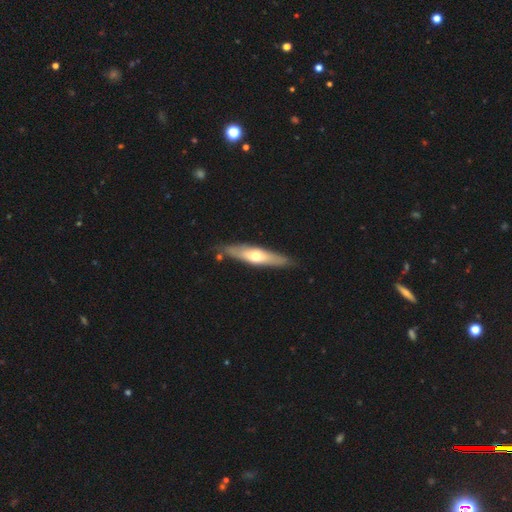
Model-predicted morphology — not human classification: Smooth or featured: featured or disk — 50% (smooth — 45%)
Merging: none — 83% (minor disturbance — 12%)